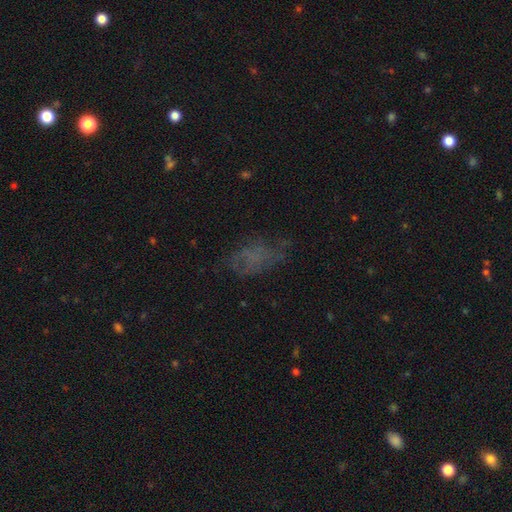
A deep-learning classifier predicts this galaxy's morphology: A smooth galaxy with no disk features (43%). Merging: none (53%).